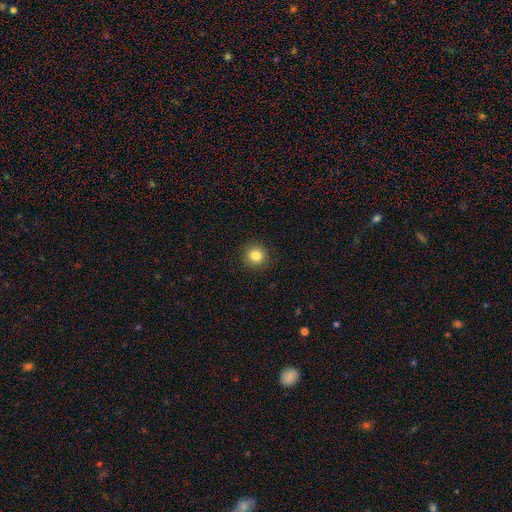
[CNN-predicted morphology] A smooth galaxy with no disk features (83%) that is round (93%). Merging: none (92%).